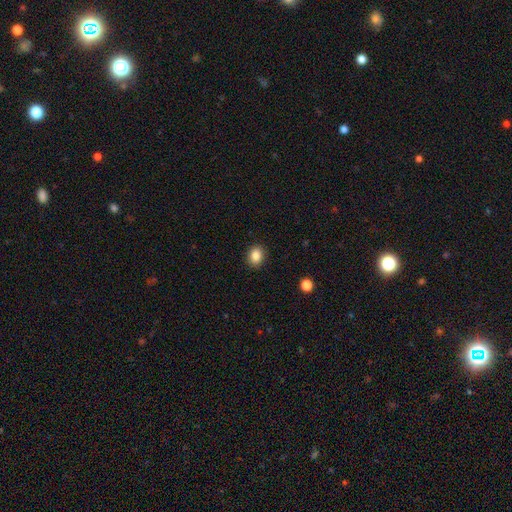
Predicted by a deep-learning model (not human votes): This is clearly a smooth galaxy (86%). How rounded: possibly in between (53%). Merging: clearly none (90%).